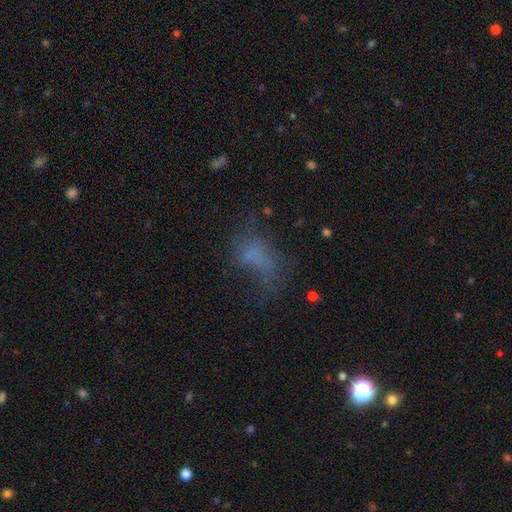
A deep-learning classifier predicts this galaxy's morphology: Overall: smooth (51%; featured or disk 27%). How rounded: in between (80%). Merging: major disturbance (40%; none 34%).